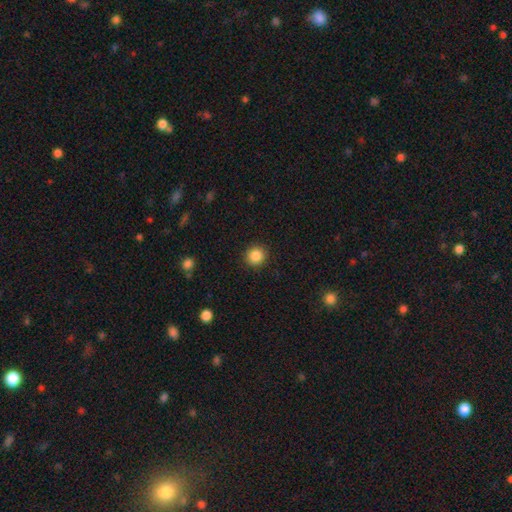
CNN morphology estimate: A smooth galaxy with no disk features (87%) that is round (89%).

Vote fractions:
- Smooth or featured? smooth: 87% / star or artifact: 10% / featured or disk: 4%
- How rounded? round: 89% / in between: 10% / cigar-shaped: 1%
- Merging? none: 91% / minor disturbance: 6% / major disturbance: 2% / merger: 1%